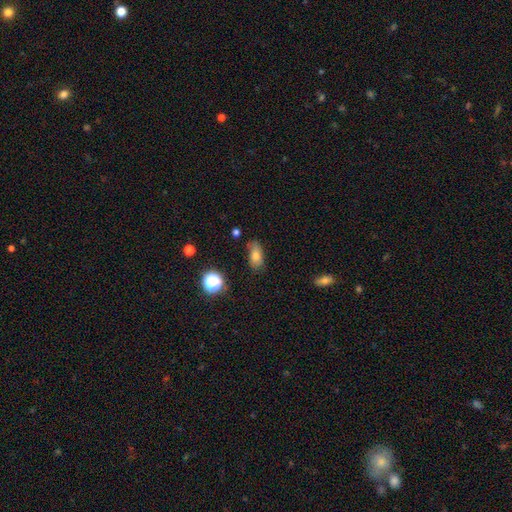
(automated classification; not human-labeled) smooth 75%, featured or disk 13%, star or artifact 12%. Down the decision tree: how rounded — in between (86%); merging — none (65%).